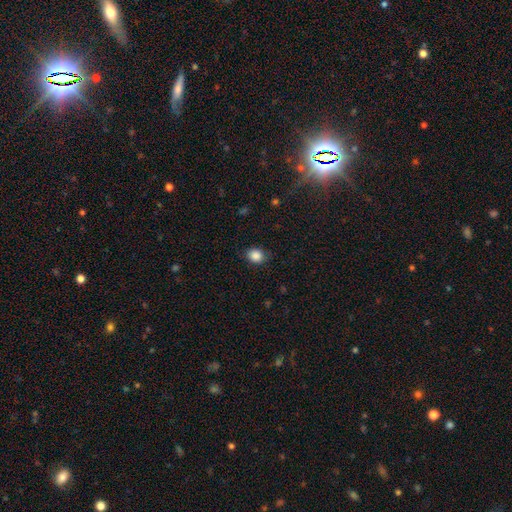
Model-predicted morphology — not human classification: Smooth or featured?
  - smooth: 87% *
  - star or artifact: 10%
  - featured or disk: 4%
How rounded?
  - round: 63% *
  - in between: 36%
  - cigar-shaped: 1%
Merging?
  - none: 82% *
  - minor disturbance: 14%
  - major disturbance: 3%
  - merger: 1%